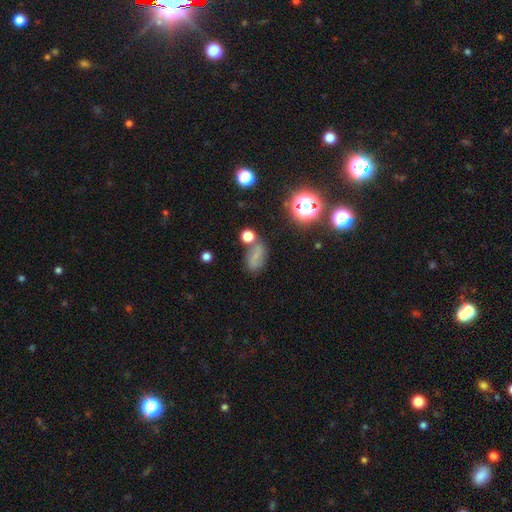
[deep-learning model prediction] A smooth galaxy with no disk features (58%) that is in between round and cigar-shaped (78%). Merging: none (54%).